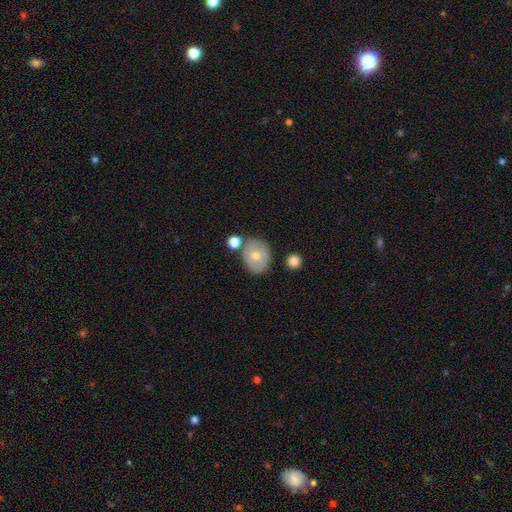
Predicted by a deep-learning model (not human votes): The model was most divided on "how rounded": round: 59%, in between: 40%, cigar-shaped: 1%. More confident: merging — none (72%); smooth or featured — smooth (55%).